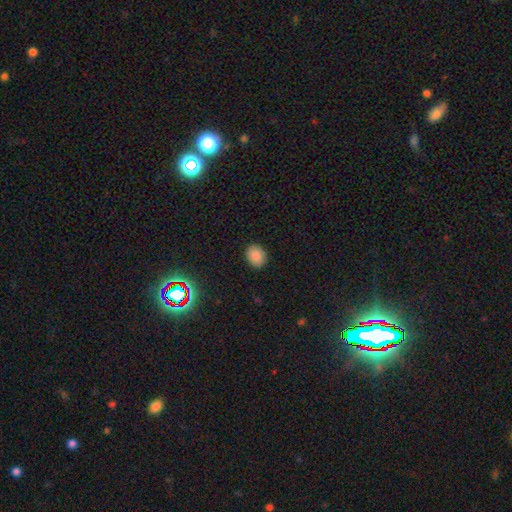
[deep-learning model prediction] Overall: smooth (85%). How rounded: round (60%; in between 39%). Merging: none (88%).